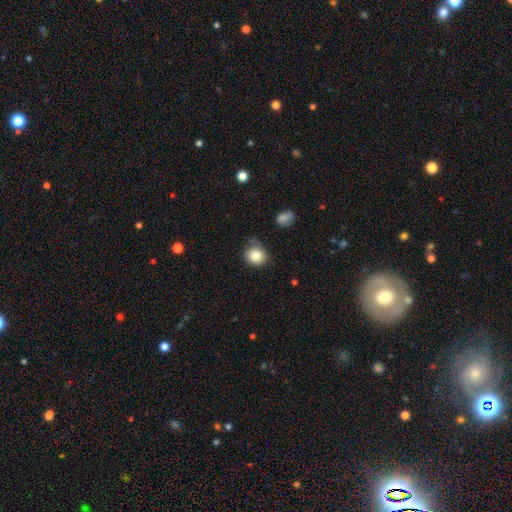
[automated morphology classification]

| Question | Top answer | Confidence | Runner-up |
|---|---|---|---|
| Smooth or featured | smooth | 83% | star or artifact (9%) |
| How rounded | round | 82% | in between (17%) |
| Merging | none | 63% | minor disturbance (26%) |